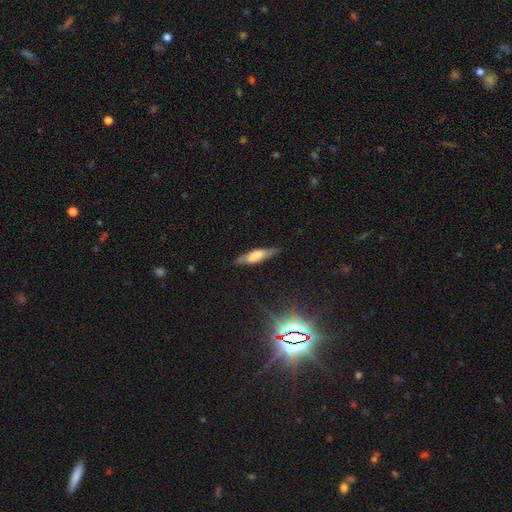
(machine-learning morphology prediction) smooth-or-featured: smooth: 52% | featured or disk: 40% | star or artifact: 8%
  how-rounded: cigar-shaped: 67% | in between: 31% | round: 2%
  merging: none: 77% | minor disturbance: 17% | major disturbance: 4% | merger: 1%